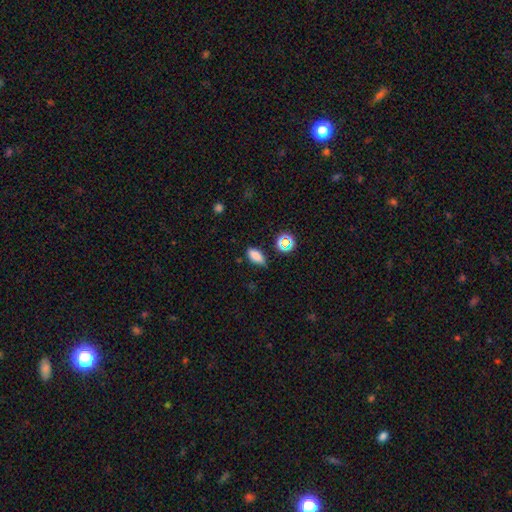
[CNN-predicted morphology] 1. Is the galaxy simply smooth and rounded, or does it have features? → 79% smooth, 14% star or artifact, 7% featured or disk.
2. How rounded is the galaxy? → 83% in between, 11% cigar-shaped, 7% round.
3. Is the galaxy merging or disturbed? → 70% none, 22% minor disturbance, 5% major disturbance, 3% merger.